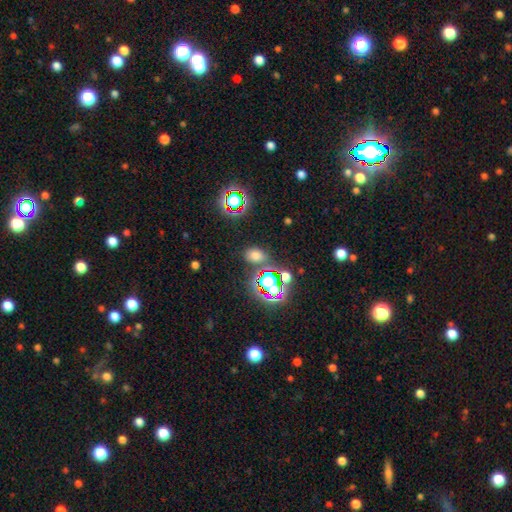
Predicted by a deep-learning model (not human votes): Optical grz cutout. It shows a smooth galaxy with no disk features (62%) that is in between round and cigar-shaped (68%). Merging: none (76%).